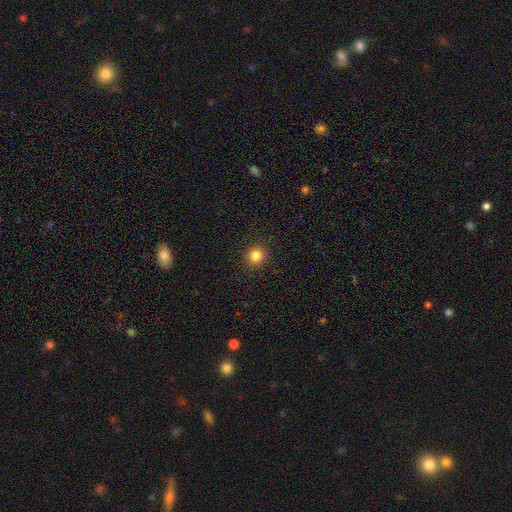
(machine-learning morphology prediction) Smooth or featured: smooth — 83% (star or artifact — 12%)
How rounded: round — 93% (in between — 7%)
Merging: none — 92% (minor disturbance — 5%)